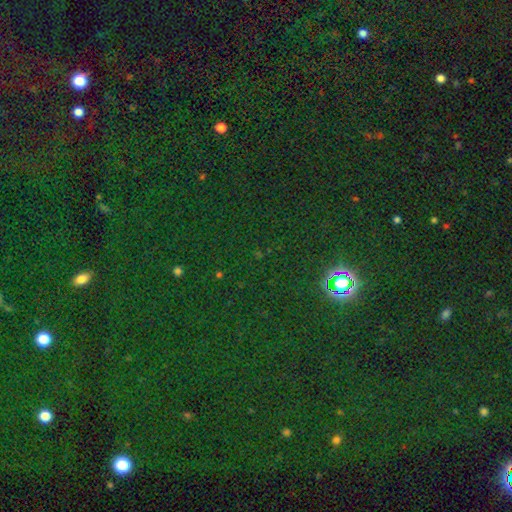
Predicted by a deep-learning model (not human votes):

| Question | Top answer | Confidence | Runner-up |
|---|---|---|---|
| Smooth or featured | star or artifact | 78% | smooth (15%) |